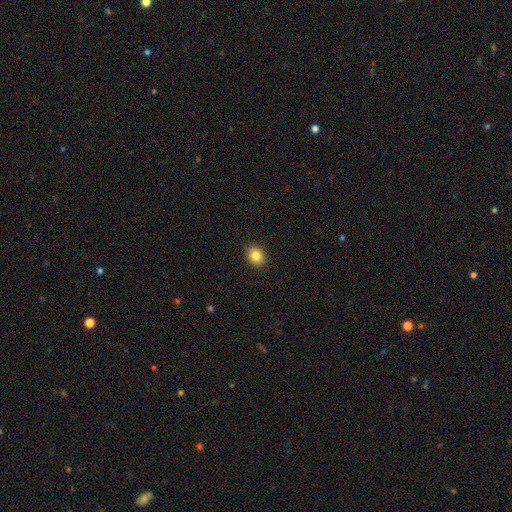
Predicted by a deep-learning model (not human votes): Q: Smooth or featured?
A: smooth (84%); runner-up: star or artifact (10%)
Q: How rounded?
A: round (52%); runner-up: in between (47%)
Q: Merging?
A: none (89%); runner-up: minor disturbance (8%)